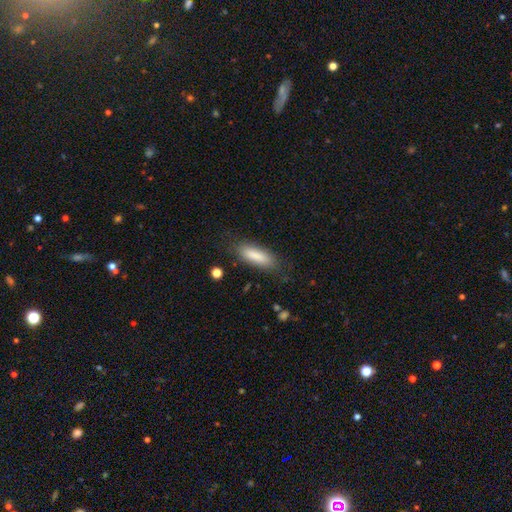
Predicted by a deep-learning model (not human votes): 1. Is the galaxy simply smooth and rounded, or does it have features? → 85% smooth, 8% featured or disk, 6% star or artifact.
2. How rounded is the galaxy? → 54% in between, 44% cigar-shaped, 2% round.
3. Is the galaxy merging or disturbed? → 82% none, 13% minor disturbance, 4% major disturbance, 2% merger.